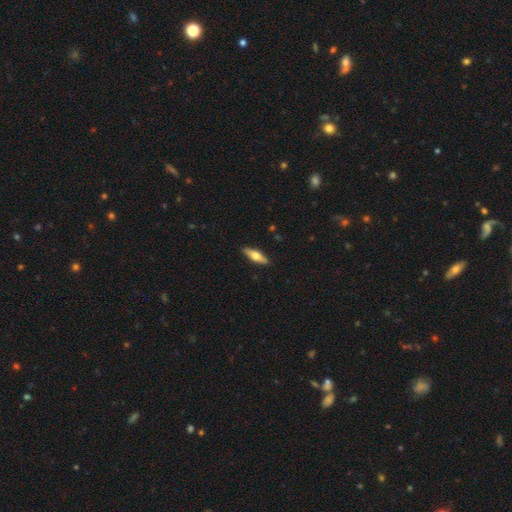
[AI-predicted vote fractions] smooth-or-featured: smooth: 49% | featured or disk: 46% | star or artifact: 5%
  merging: none: 90% | minor disturbance: 7% | major disturbance: 1% | merger: 1%